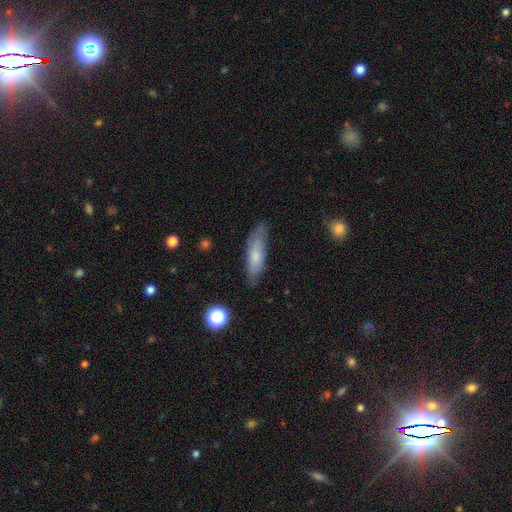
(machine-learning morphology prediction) This appears to be a smooth galaxy with no disk features (69%) that is cigar-shaped (53%). Merging: none (72%).